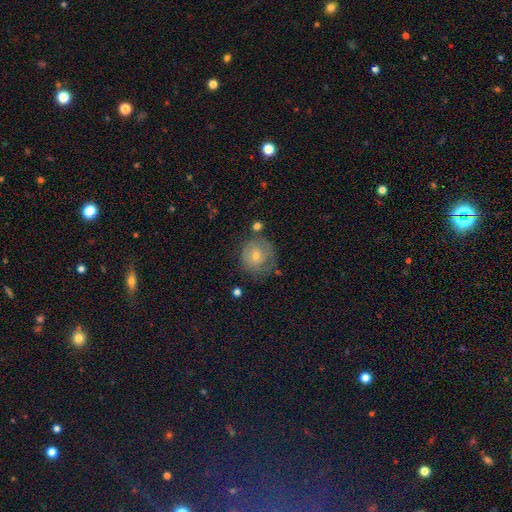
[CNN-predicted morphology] type=smooth (47%); merging=none (69%).